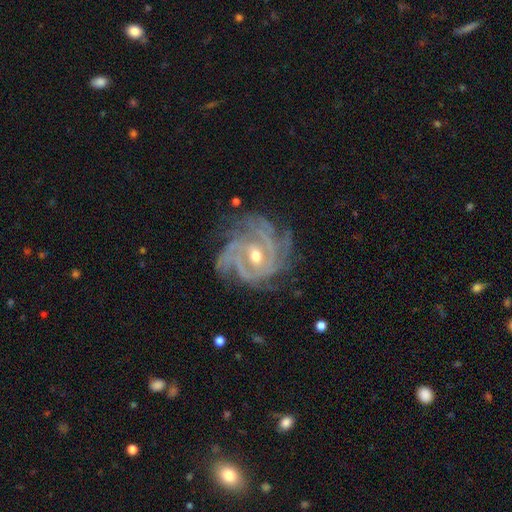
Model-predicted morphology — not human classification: This appears to be a featured or disk galaxy (91%) with a weak bar (41%), 4 (28%) tight (71%) spiral arms (98%) and a moderate central bulge (61%). Merging: none (70%).